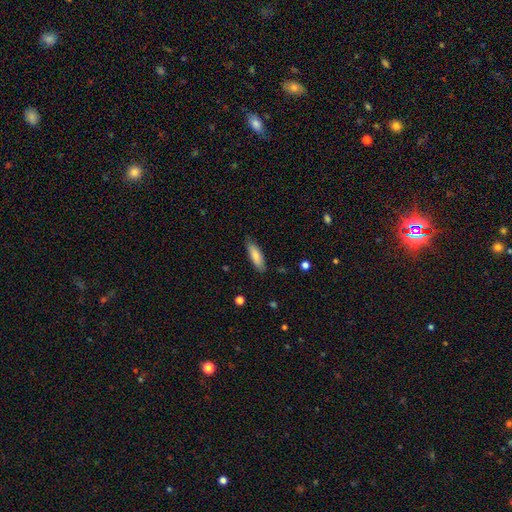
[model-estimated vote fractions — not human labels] Overall: smooth (81%). How rounded: cigar-shaped (52%; in between 46%). Merging: none (84%).